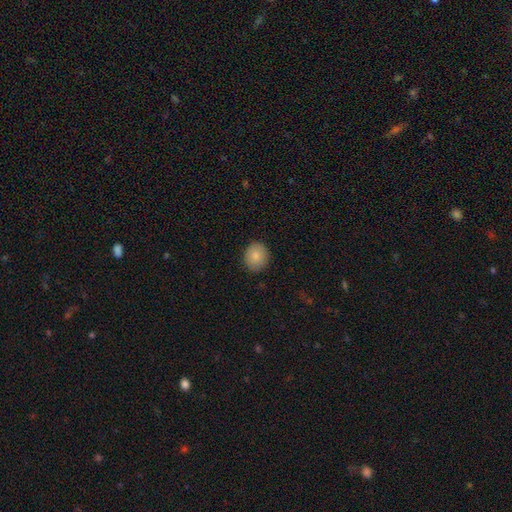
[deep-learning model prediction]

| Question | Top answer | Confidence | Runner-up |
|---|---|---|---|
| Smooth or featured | smooth | 84% | featured or disk (8%) |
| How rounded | round | 69% | in between (30%) |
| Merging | none | 88% | minor disturbance (9%) |